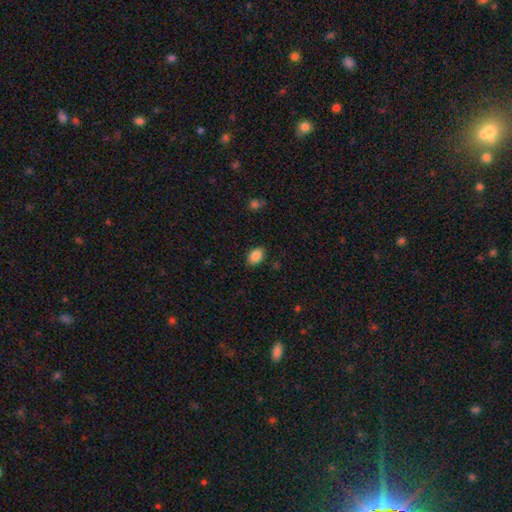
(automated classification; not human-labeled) This is clearly a smooth galaxy (88%). How rounded: clearly in between (83%). Merging: clearly none (86%).